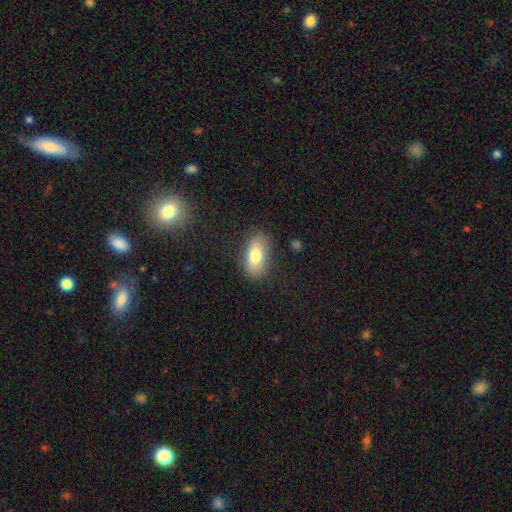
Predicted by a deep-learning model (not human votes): Morphology: type=smooth (77%); roundness=in between (89%); merging=none (81%).